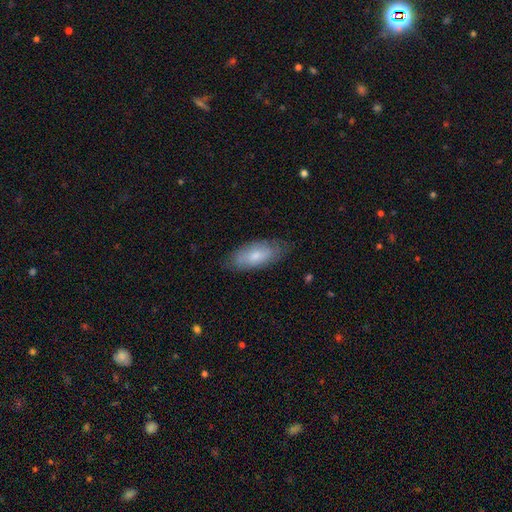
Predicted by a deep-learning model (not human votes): This is likely a smooth galaxy (72%). How rounded: clearly in between (84%). Merging: likely none (76%).